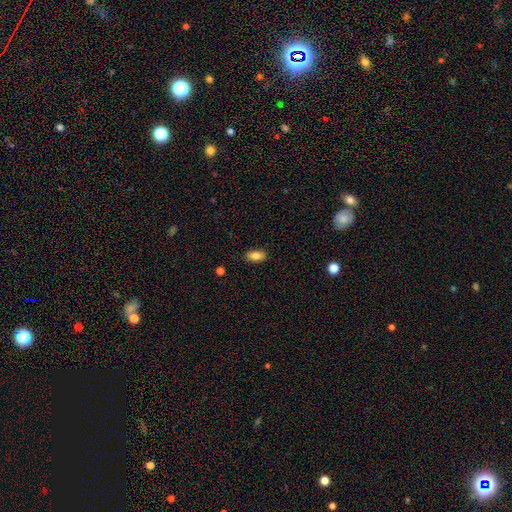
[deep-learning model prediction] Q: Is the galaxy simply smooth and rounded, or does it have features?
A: smooth — 83%.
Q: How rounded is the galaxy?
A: in between — 90%.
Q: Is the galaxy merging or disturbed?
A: none — 86%.